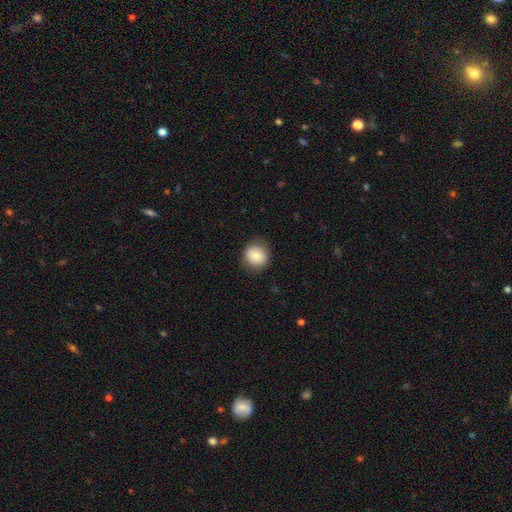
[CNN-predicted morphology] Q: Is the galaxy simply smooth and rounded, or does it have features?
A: smooth — 79%.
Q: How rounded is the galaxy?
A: round — 87%.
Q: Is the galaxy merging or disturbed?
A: none — 84%.